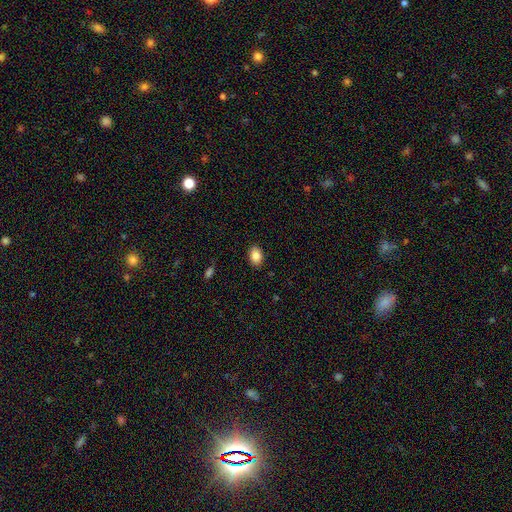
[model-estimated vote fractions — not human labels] Smooth or featured: smooth — 87% (star or artifact — 8%)
How rounded: in between — 82% (round — 17%)
Merging: none — 88% (minor disturbance — 9%)